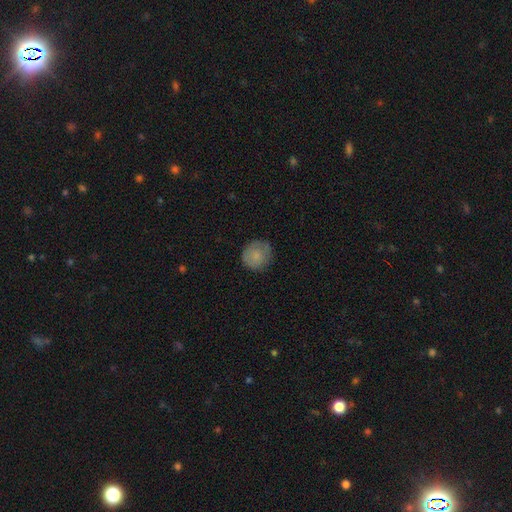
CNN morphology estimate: A smooth galaxy with no disk features (80%) that is round (88%).

Vote fractions:
- Smooth or featured? smooth: 80% / featured or disk: 12% / star or artifact: 8%
- How rounded? round: 88% / in between: 11% / cigar-shaped: 1%
- Merging? none: 76% / minor disturbance: 18% / major disturbance: 4% / merger: 1%